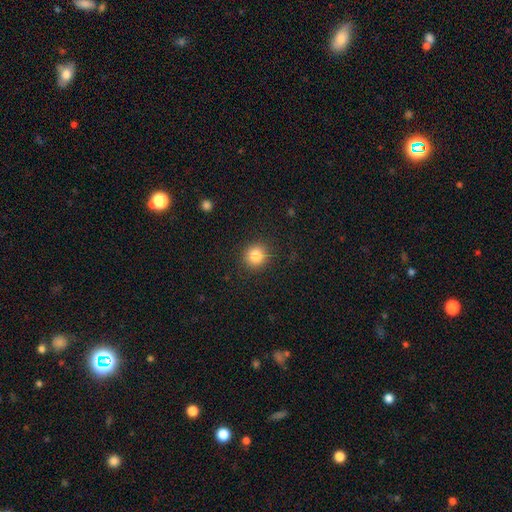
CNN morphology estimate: A smooth galaxy with no disk features (84%) that is round (88%).

Vote fractions:
- Smooth or featured? smooth: 84% / star or artifact: 10% / featured or disk: 6%
- How rounded? round: 88% / in between: 11% / cigar-shaped: 1%
- Merging? none: 89% / minor disturbance: 7% / major disturbance: 3% / merger: 1%